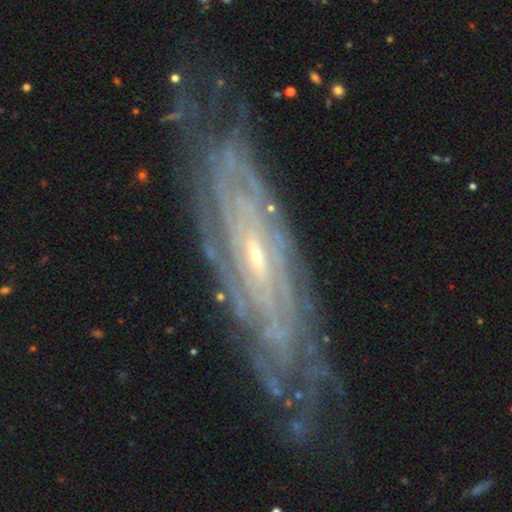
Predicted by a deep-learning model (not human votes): Smooth or featured?
  - featured or disk: 84% *
  - smooth: 8%
  - star or artifact: 8%
Edge-on disk?
  - no: 78% *
  - yes: 22%
Bar?
  - no: 54% *
  - weak: 33%
  - strong: 13%
Spiral arms?
  - yes: 95% *
  - no: 5%
Spiral winding?
  - tight: 78% *
  - medium: 18%
  - loose: 5%
Spiral arm count?
  - can't tell: 52% *
  - more than 4: 12%
  - 2: 12%
  - 4: 10%
  - 3: 9%
  - 1: 6%
Bulge size?
  - small: 80% *
  - moderate: 16%
  - none: 2%
  - large: 1%
  - dominant: 1%
Merging?
  - none: 80% *
  - minor disturbance: 14%
  - major disturbance: 4%
  - merger: 1%